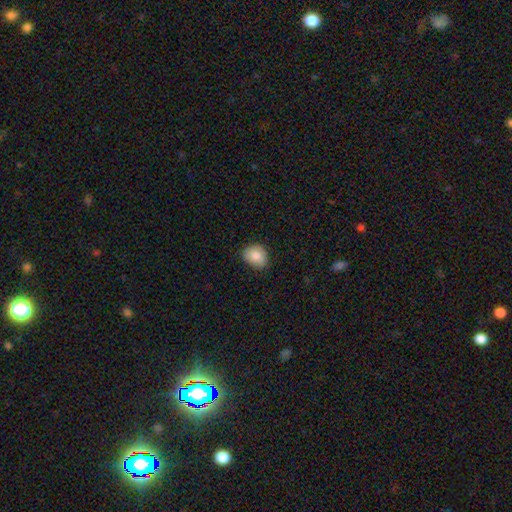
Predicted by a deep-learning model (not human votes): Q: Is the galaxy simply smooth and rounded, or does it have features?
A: smooth — 84%.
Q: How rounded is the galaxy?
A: round — 62%.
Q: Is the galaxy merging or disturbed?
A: none — 77%.